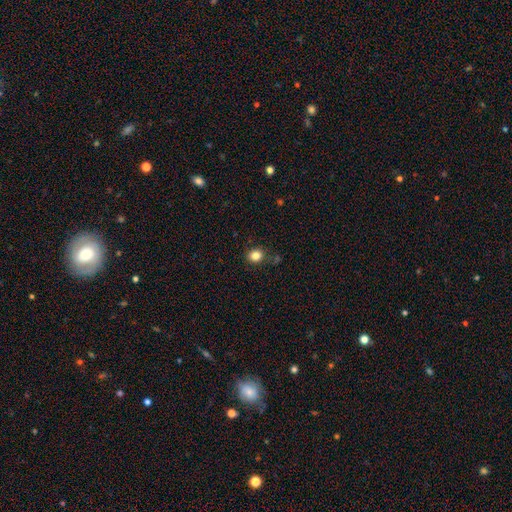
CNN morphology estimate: Smooth or featured? smooth (83%)
How rounded? round (68%)
Merging? none (82%)